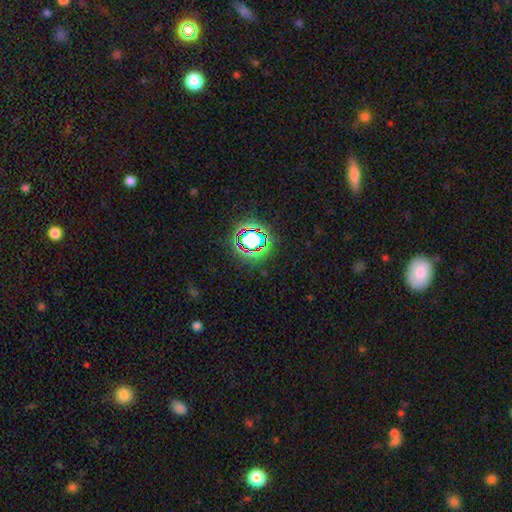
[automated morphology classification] A star or artifact, not a galaxy (77%).

Vote fractions:
- Smooth or featured? star or artifact: 77% / smooth: 14% / featured or disk: 9%